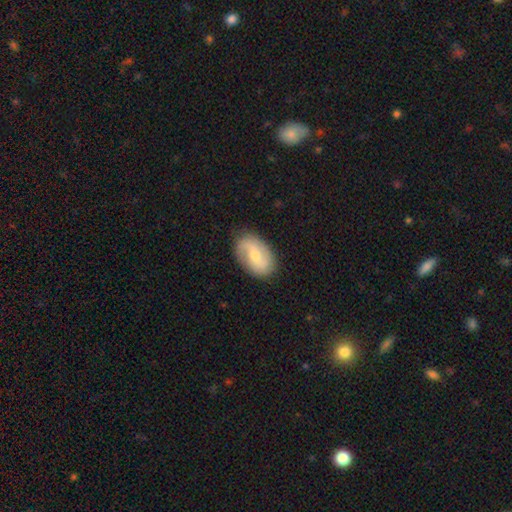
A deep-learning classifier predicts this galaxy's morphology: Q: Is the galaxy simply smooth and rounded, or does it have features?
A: featured or disk — 63%.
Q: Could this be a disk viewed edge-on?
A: no — 96%.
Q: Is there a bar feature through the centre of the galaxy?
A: weak — 46%.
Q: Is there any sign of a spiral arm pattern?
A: yes — 89%.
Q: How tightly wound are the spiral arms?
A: loose — 44%.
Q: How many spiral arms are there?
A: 2 — 85%.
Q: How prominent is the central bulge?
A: small — 53%.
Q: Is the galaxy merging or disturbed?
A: none — 82%.